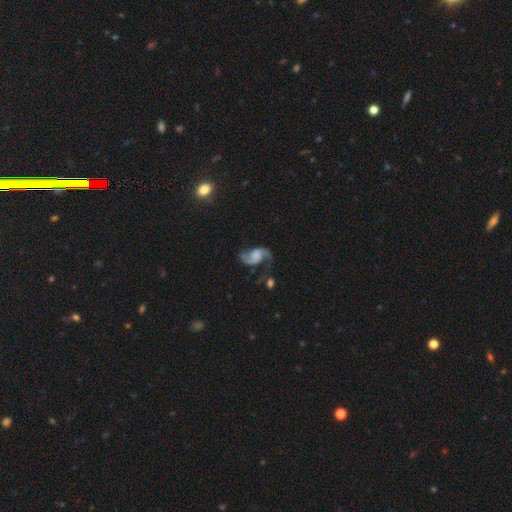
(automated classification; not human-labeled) Morphology: type=featured or disk (87%); edge-on=no (98%); bar=no (56%); spiral arms=yes (97%); winding=loose (53%); arm count=2 (93%); bulge=none (41%); merging=none (64%).